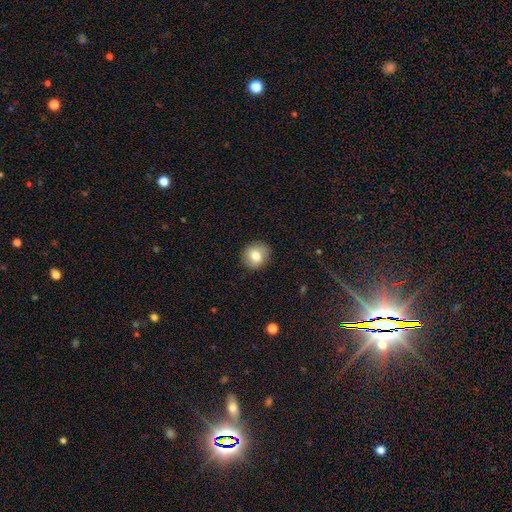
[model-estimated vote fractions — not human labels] Smooth or featured: smooth — 77% (featured or disk — 14%)
How rounded: round — 79% (in between — 20%)
Merging: none — 86% (minor disturbance — 10%)